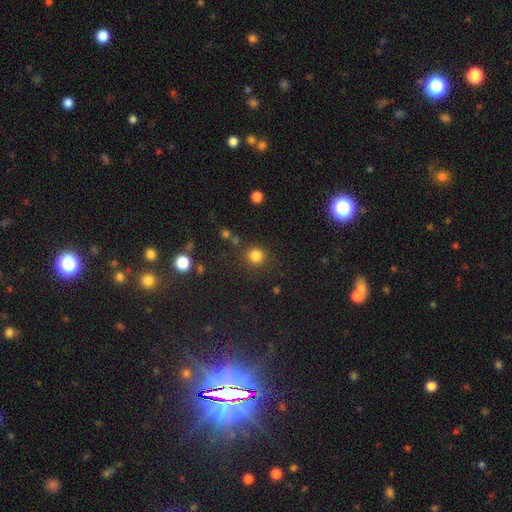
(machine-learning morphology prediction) smooth-or-featured: smooth: 82% | star or artifact: 13% | featured or disk: 4%
  how-rounded: round: 91% | in between: 8% | cigar-shaped: 1%
  merging: none: 83% | minor disturbance: 9% | major disturbance: 4% | merger: 4%